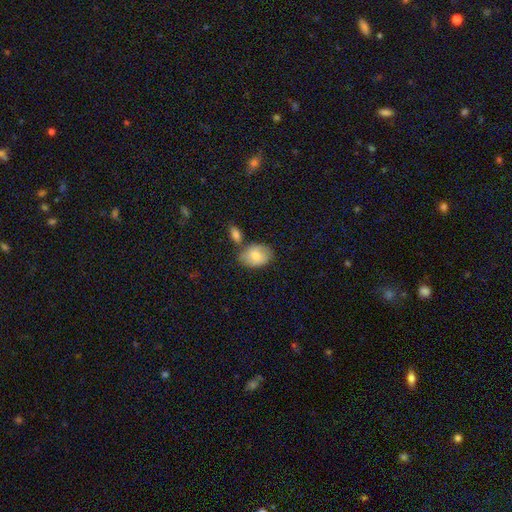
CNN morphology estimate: A smooth galaxy with no disk features (78%) that is in between round and cigar-shaped (73%). Merging: none (60%).